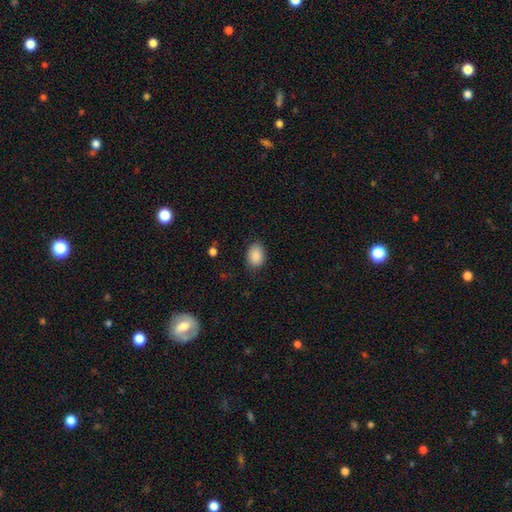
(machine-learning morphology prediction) Smooth or featured? Predicted: smooth (p=0.89). How rounded? Predicted: in between (p=0.82). Merging? Predicted: none (p=0.81).